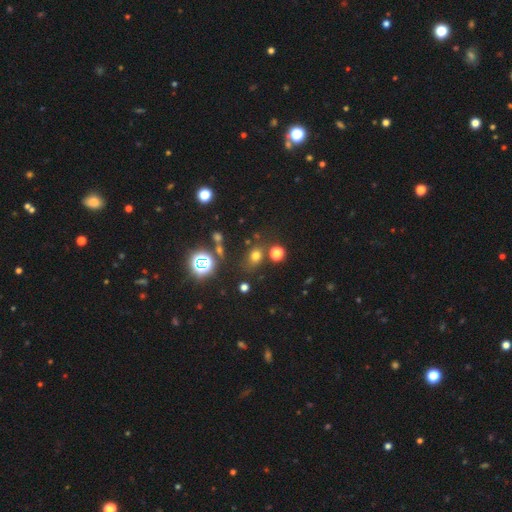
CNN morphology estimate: smooth-or-featured: smooth: 65% | star or artifact: 27% | featured or disk: 8%
  how-rounded: round: 56% | in between: 43% | cigar-shaped: 1%
  merging: none: 73% | minor disturbance: 14% | merger: 8% | major disturbance: 5%